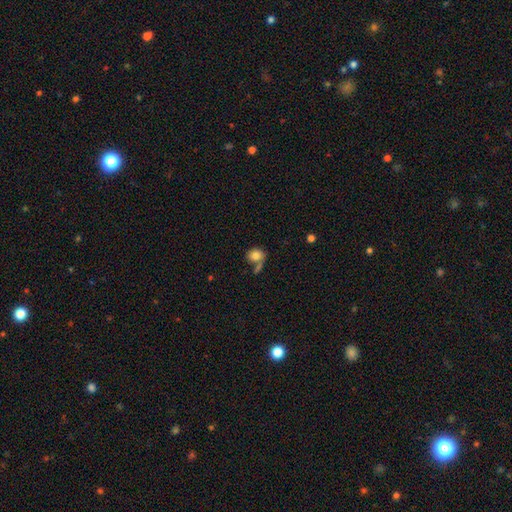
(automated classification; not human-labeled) This is likely a smooth galaxy (79%). How rounded: possibly round (50%). Merging: marginally none (43%).